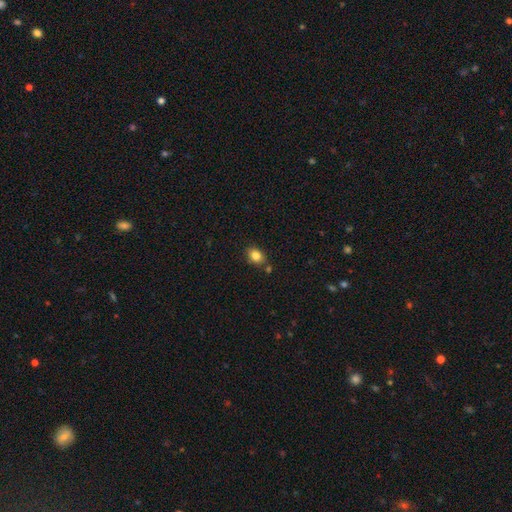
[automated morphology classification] type=smooth (83%); roundness=in between (68%); merging=none (76%).